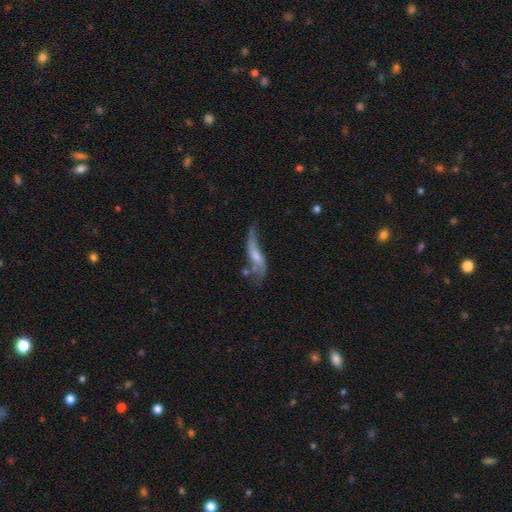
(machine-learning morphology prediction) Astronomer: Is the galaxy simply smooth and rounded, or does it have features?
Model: featured or disk — 65%.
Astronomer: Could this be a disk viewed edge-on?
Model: no — 70%.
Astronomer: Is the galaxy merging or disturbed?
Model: none — 37% (runner-up: minor disturbance, 25%).